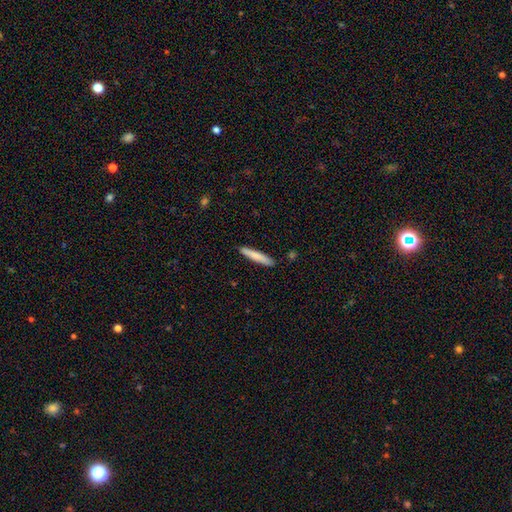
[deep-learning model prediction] Overall: smooth (78%). How rounded: cigar-shaped (92%). Merging: none (89%).